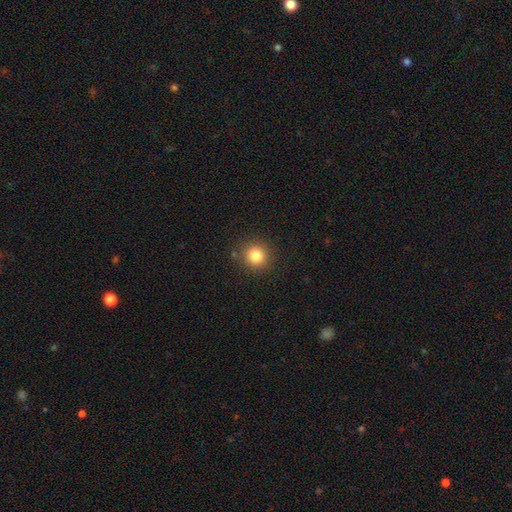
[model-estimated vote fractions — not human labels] Morphology: type=smooth (83%); roundness=round (92%); merging=none (87%).